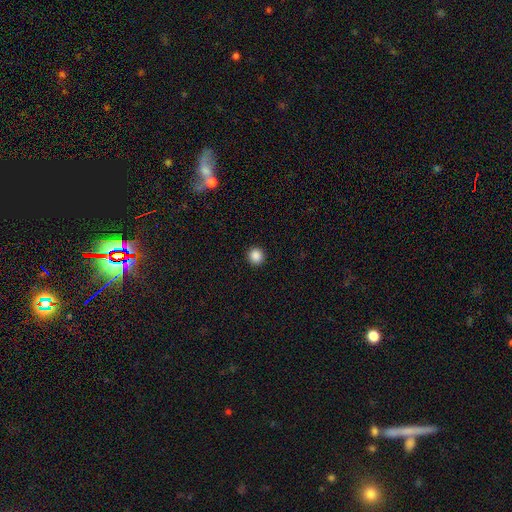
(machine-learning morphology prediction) Smooth or featured? smooth (87%)
How rounded? round (94%)
Merging? none (93%)